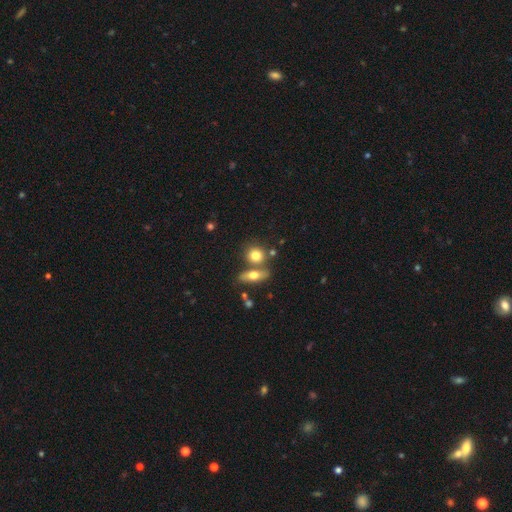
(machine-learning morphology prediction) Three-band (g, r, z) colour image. It shows a smooth galaxy with no disk features (76%) that is round (62%). Merging: none (57%).